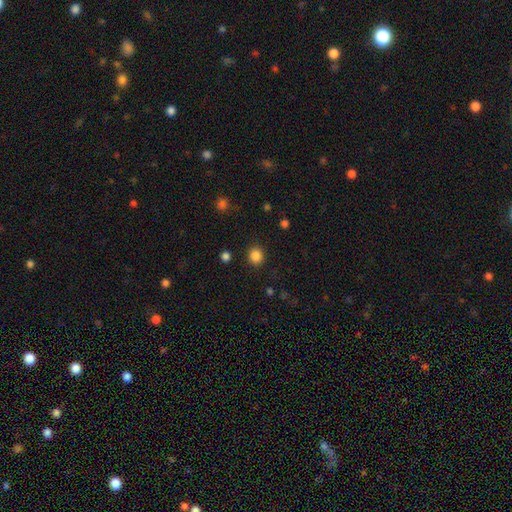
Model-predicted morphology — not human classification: Overall: smooth (86%). How rounded: round (83%). Merging: none (89%).